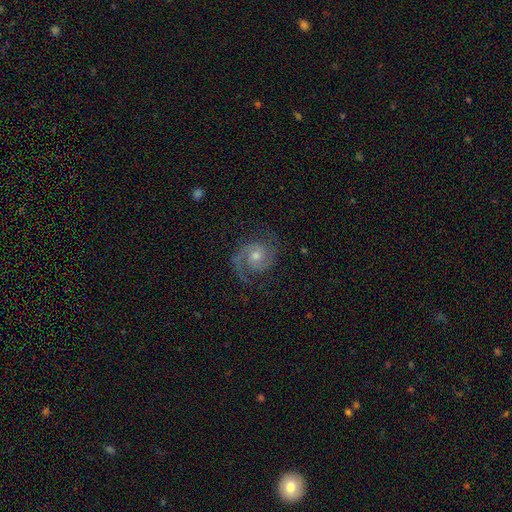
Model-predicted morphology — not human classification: smooth-or-featured: featured or disk: 90% | star or artifact: 5% | smooth: 4%
  disk-edge-on: no: 98% | yes: 2%
    bar: no: 66% | weak: 29% | strong: 5%
    has-spiral-arms: yes: 98% | no: 2%
      spiral-winding: medium: 51% | tight: 40% | loose: 9%
      spiral-arm-count: 2: 90% | can't tell: 3% | 3: 3% | 1: 2% | 4: 1% | more than 4: 1%
    bulge-size: moderate: 55% | small: 40% | large: 3% | none: 2% | dominant: 1%
  merging: none: 80% | minor disturbance: 13% | major disturbance: 6% | merger: 1%